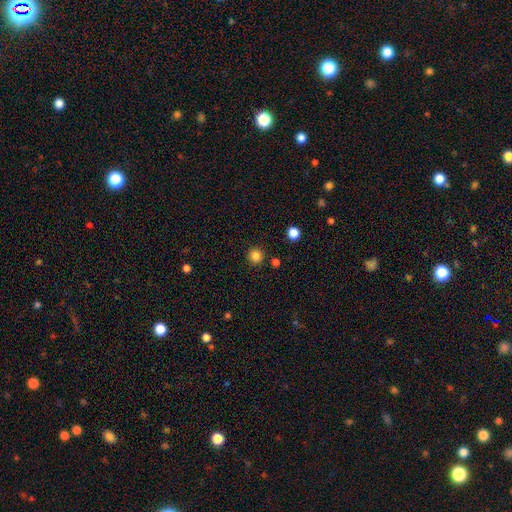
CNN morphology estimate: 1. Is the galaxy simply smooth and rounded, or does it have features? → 84% smooth, 13% star or artifact, 3% featured or disk.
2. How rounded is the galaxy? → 95% round, 4% in between, 1% cigar-shaped.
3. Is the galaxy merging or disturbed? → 90% none, 5% minor disturbance, 3% merger, 2% major disturbance.